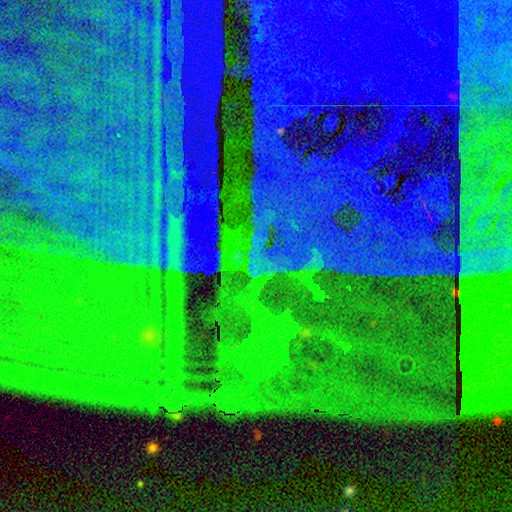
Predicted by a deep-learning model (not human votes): Smooth or featured?
  - star or artifact: 89% *
  - featured or disk: 6%
  - smooth: 5%